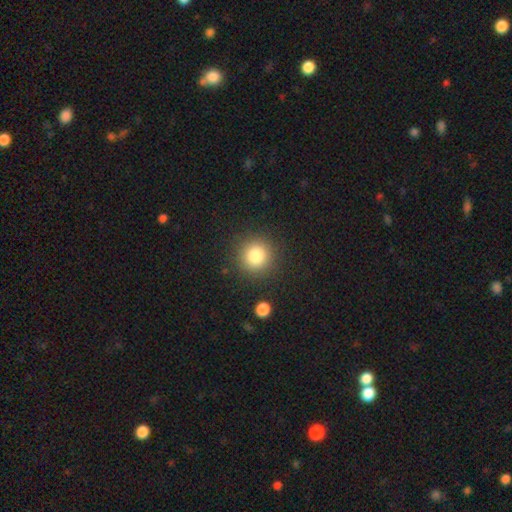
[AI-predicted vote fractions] Smooth or featured: smooth — 82% (star or artifact — 11%)
How rounded: round — 93% (in between — 6%)
Merging: none — 88% (minor disturbance — 7%)